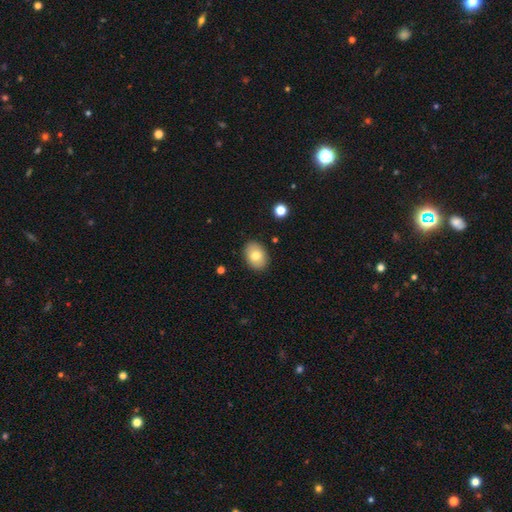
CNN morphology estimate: A smooth galaxy with no disk features (77%) that is in between round and cigar-shaped (77%). Merging: none (88%).